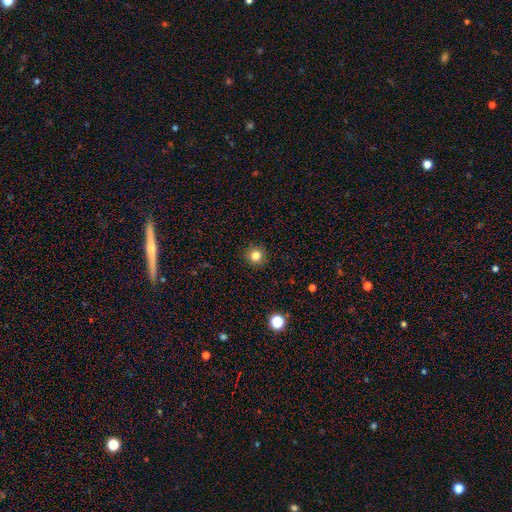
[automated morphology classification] Smooth or featured: smooth — 82% (star or artifact — 12%)
How rounded: round — 94% (in between — 5%)
Merging: none — 92% (minor disturbance — 5%)